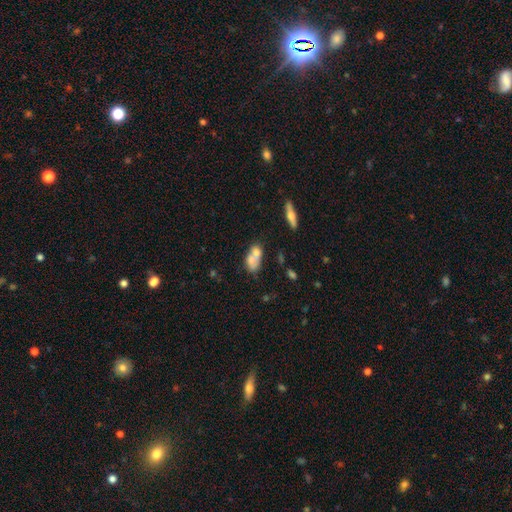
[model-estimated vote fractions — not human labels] Smooth or featured?
  - smooth: 61% *
  - featured or disk: 29%
  - star or artifact: 10%
How rounded?
  - in between: 77% *
  - round: 17%
  - cigar-shaped: 6%
Merging?
  - merger: 55% *
  - none: 26%
  - minor disturbance: 12%
  - major disturbance: 7%